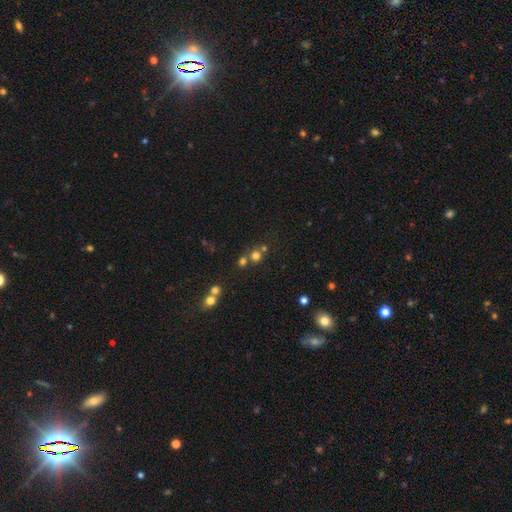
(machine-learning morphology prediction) A smooth galaxy with no disk features (66%) that is round (89%). Merging: none (61%).